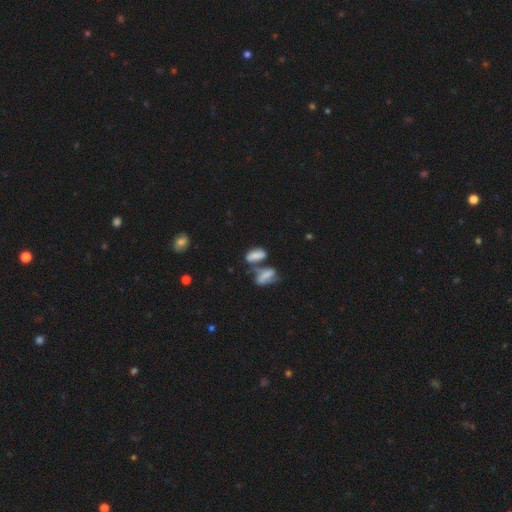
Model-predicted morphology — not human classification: Smooth or featured: smooth — 69% (featured or disk — 20%)
How rounded: in between — 86% (cigar-shaped — 9%)
Merging: merger — 53% (none — 27%)